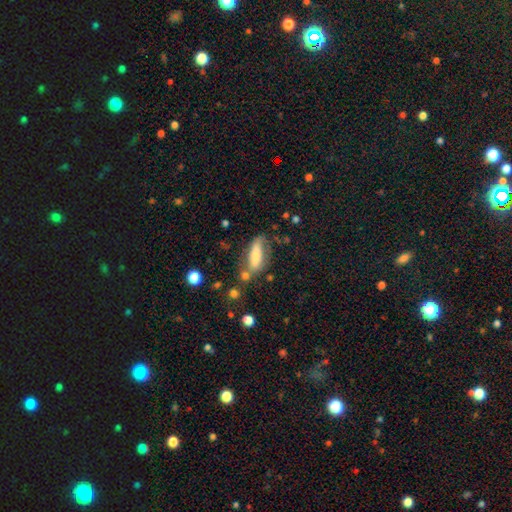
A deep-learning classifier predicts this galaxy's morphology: Smooth or featured?
  - smooth: 69% *
  - featured or disk: 24%
  - star or artifact: 8%
How rounded?
  - in between: 59% *
  - cigar-shaped: 38%
  - round: 3%
Merging?
  - none: 51% *
  - minor disturbance: 24%
  - merger: 12%
  - major disturbance: 12%